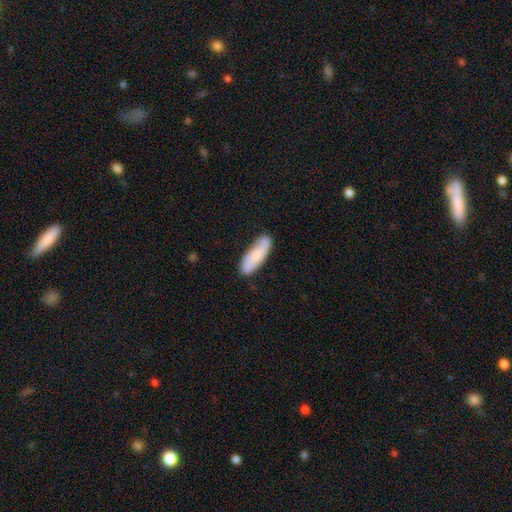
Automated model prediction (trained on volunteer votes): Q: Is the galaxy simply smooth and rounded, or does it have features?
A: smooth — 63%.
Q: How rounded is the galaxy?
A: in between — 55%.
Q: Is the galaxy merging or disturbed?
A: none — 74%.